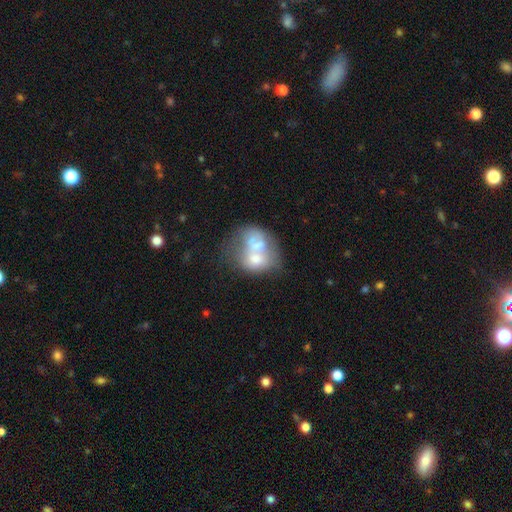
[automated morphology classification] The model was most divided on "smooth or featured": smooth: 52%, featured or disk: 40%, star or artifact: 8%. More confident: merging — merger (68%); how rounded — in between (57%).